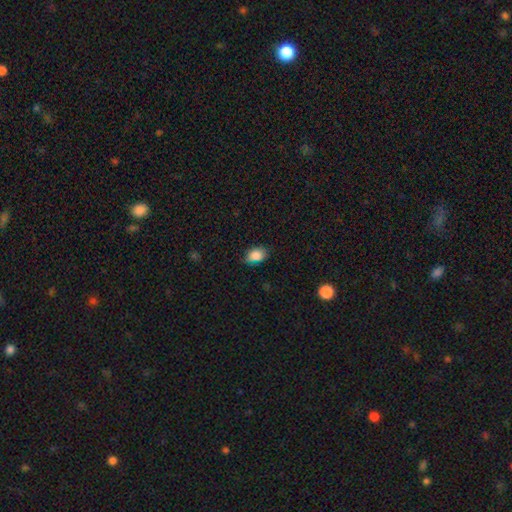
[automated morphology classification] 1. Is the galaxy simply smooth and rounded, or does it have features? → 84% smooth, 10% star or artifact, 6% featured or disk.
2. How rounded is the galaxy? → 76% in between, 23% round, 2% cigar-shaped.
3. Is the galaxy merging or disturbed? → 73% none, 22% minor disturbance, 3% major disturbance, 1% merger.